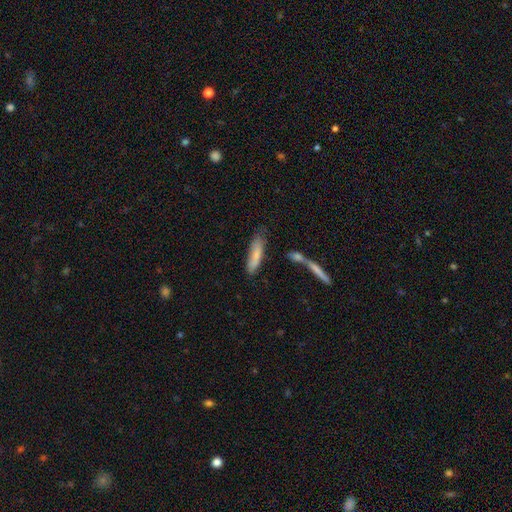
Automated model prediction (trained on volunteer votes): A smooth galaxy with no disk features (77%) that is cigar-shaped (74%). Merging: none (52%).